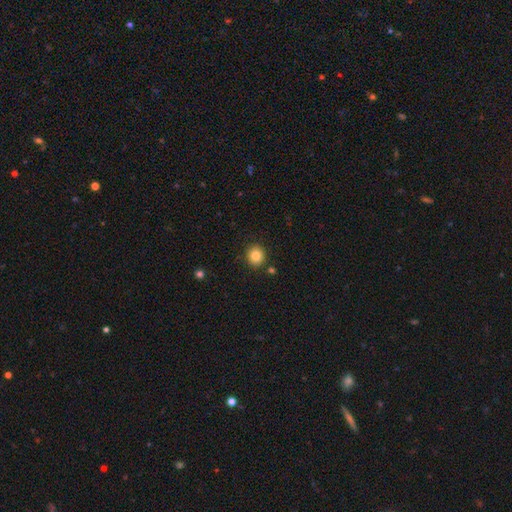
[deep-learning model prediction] The model was most divided on "how rounded": round: 84%, in between: 15%, cigar-shaped: 1%. More confident: merging — none (88%); smooth or featured — smooth (83%).